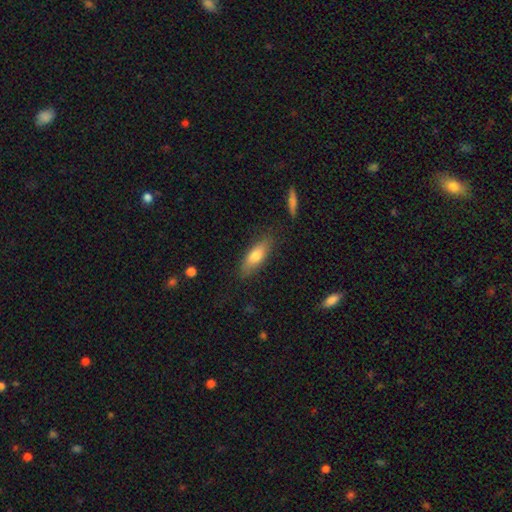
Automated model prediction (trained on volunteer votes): Smooth or featured? smooth (72%)
How rounded? in between (59%)
Merging? none (82%)